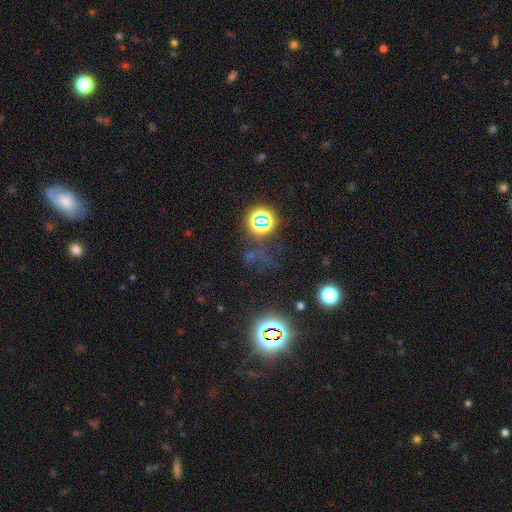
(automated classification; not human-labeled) A star or artifact, not a galaxy (66%).

Vote fractions:
- Smooth or featured? star or artifact: 66% / smooth: 25% / featured or disk: 9%